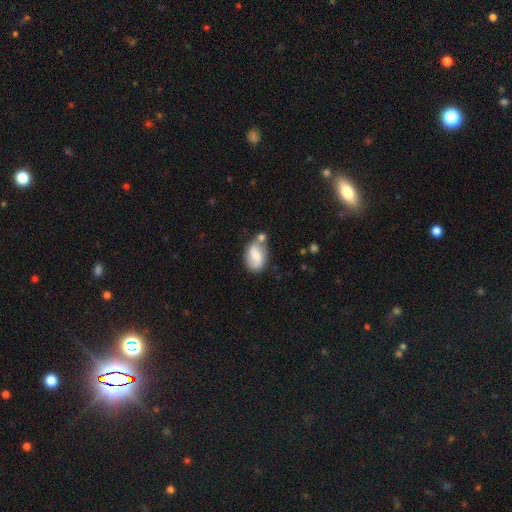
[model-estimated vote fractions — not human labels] Smooth or featured? Predicted: smooth (p=0.55). How rounded? Predicted: in between (p=0.85). Merging? Predicted: none (p=0.47).